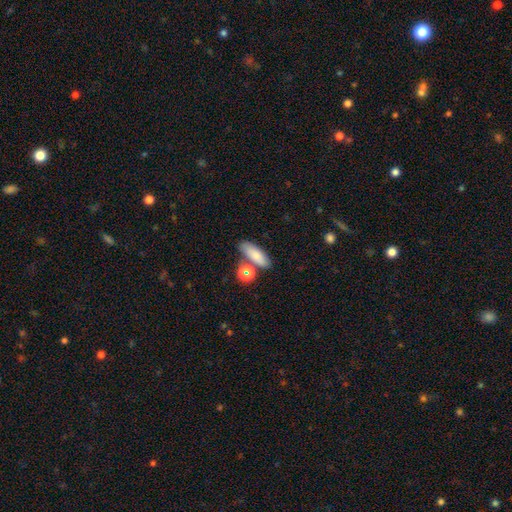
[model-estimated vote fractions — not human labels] Smooth or featured?
  - smooth: 77% *
  - featured or disk: 14%
  - star or artifact: 9%
How rounded?
  - in between: 66% *
  - cigar-shaped: 28%
  - round: 6%
Merging?
  - none: 67% *
  - merger: 15%
  - minor disturbance: 13%
  - major disturbance: 4%